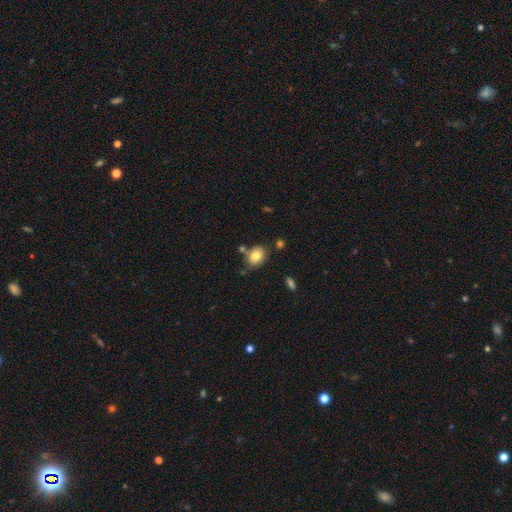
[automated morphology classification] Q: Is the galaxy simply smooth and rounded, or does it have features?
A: smooth — 81%.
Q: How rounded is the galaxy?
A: in between — 65%.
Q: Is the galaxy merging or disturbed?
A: none — 73%.